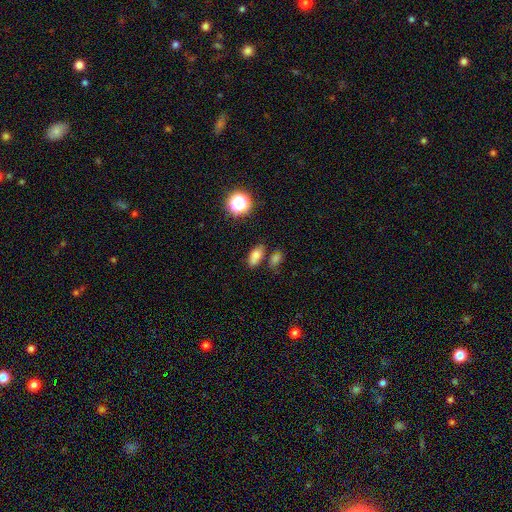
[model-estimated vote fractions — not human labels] Q: Smooth or featured?
A: smooth (73%); runner-up: star or artifact (15%)
Q: How rounded?
A: in between (83%); runner-up: round (11%)
Q: Merging?
A: none (71%); runner-up: minor disturbance (14%)